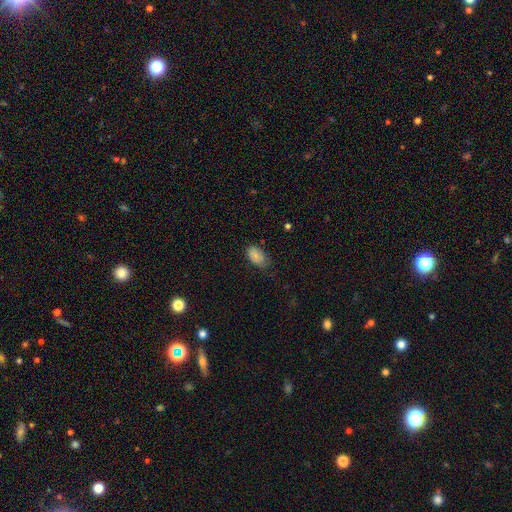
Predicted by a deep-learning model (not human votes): A smooth galaxy with no disk features (85%) that is in between round and cigar-shaped (93%). Merging: none (63%).